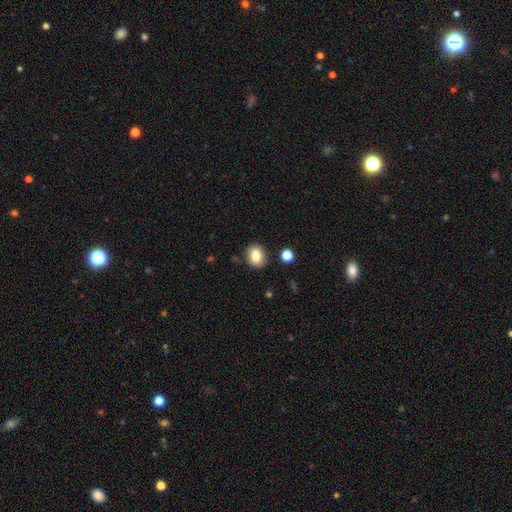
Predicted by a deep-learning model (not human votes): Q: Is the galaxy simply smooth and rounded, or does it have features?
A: smooth — 83%.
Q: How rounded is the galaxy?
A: round — 54%.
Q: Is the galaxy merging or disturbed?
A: none — 86%.